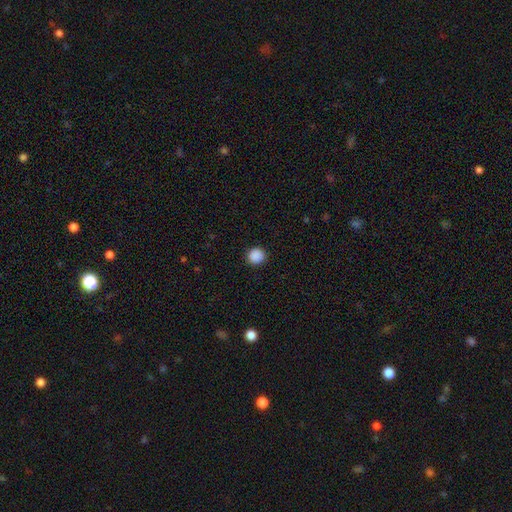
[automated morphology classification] A smooth galaxy with no disk features (89%) that is round (89%). Merging: none (92%).